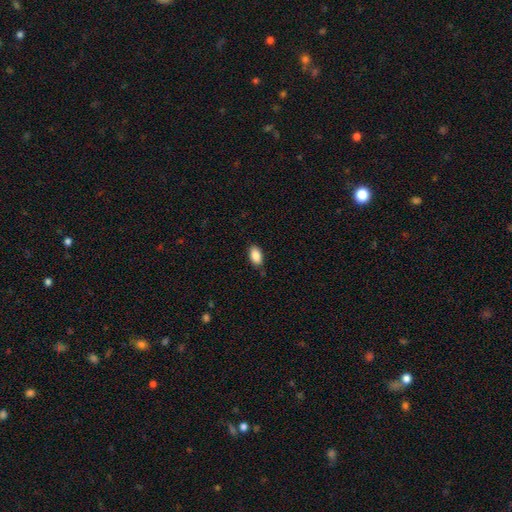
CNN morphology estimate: This is clearly a smooth galaxy (88%). How rounded: clearly in between (93%). Merging: clearly none (83%).